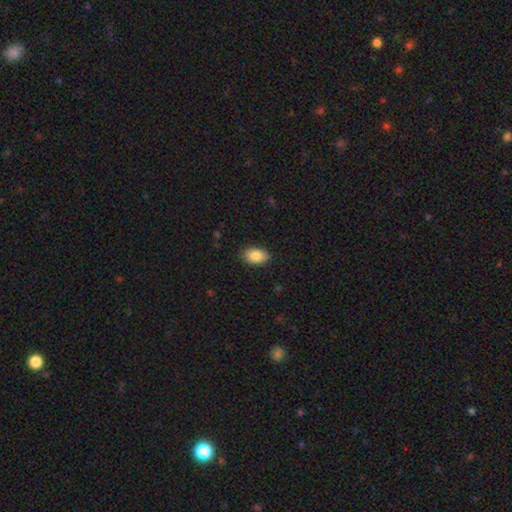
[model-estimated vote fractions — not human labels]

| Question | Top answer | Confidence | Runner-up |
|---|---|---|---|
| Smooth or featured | smooth | 88% | star or artifact (7%) |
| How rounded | in between | 91% | round (7%) |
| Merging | none | 88% | minor disturbance (9%) |